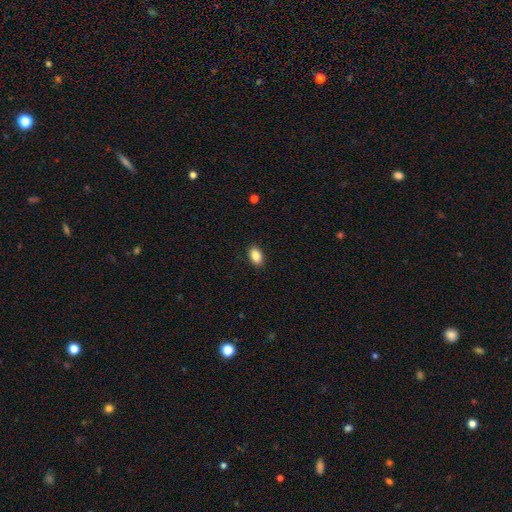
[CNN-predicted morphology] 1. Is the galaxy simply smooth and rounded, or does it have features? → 87% smooth, 8% star or artifact, 5% featured or disk.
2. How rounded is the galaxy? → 90% in between, 9% round, 2% cigar-shaped.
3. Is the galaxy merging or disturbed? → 89% none, 8% minor disturbance, 2% major disturbance, 1% merger.